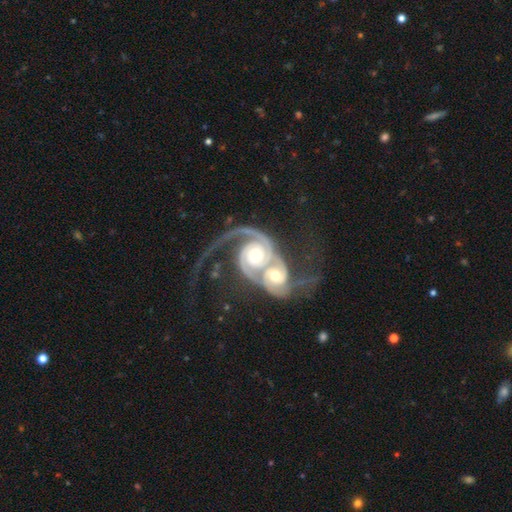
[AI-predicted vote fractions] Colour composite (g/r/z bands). It shows a featured or disk galaxy (92%) with no bar (64%), 2 (78%) tight (46%) spiral arms (98%) and a moderate central bulge (64%). Merging: merger (82%).